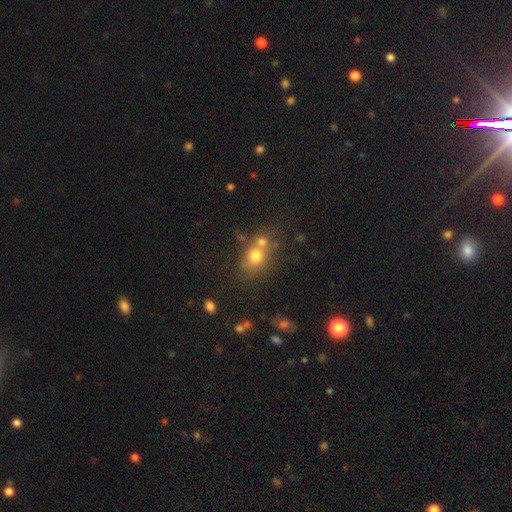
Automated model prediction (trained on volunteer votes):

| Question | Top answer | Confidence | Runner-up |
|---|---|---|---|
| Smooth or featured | smooth | 72% | featured or disk (15%) |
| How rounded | round | 64% | in between (34%) |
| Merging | merger | 42% | none (41%) |